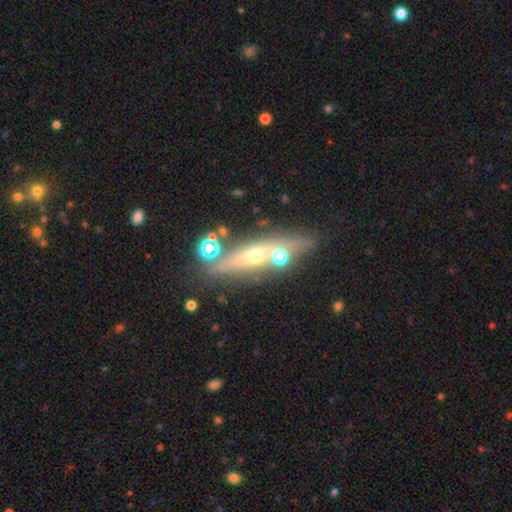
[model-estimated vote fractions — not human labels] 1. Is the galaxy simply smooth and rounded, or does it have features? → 64% featured or disk, 23% smooth, 13% star or artifact.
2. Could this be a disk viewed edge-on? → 82% yes, 18% no.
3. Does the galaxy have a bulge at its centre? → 84% rounded, 10% none, 5% boxy.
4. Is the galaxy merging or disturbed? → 69% none, 13% merger, 13% minor disturbance, 5% major disturbance.